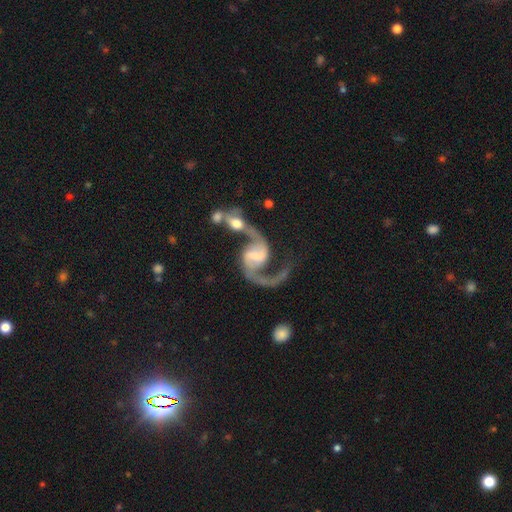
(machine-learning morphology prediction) The model was most divided on "bulge size" (2-way tie): moderate: 29%, small: 29%, none: 26%, large: 12%, dominant: 2%. Remaining: edge-on disk — no (98%); spiral arms — yes (97%); spiral arm count — 2 (92%); smooth or featured — featured or disk (91%); spiral winding — loose (71%); bar — weak (47%); merging — merger (43%).